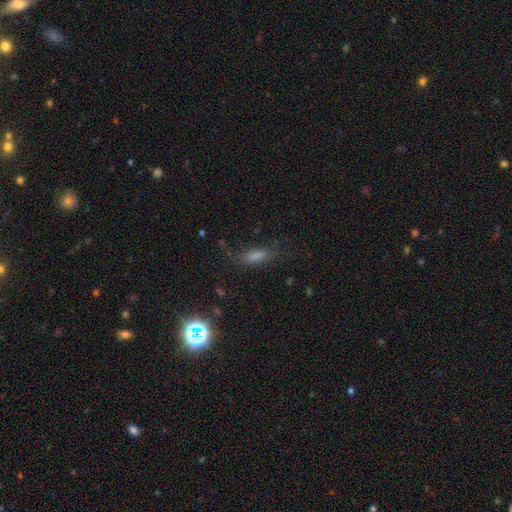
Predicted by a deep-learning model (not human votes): A smooth galaxy with no disk features (53%) that is in between round and cigar-shaped (51%). Merging: none (71%).